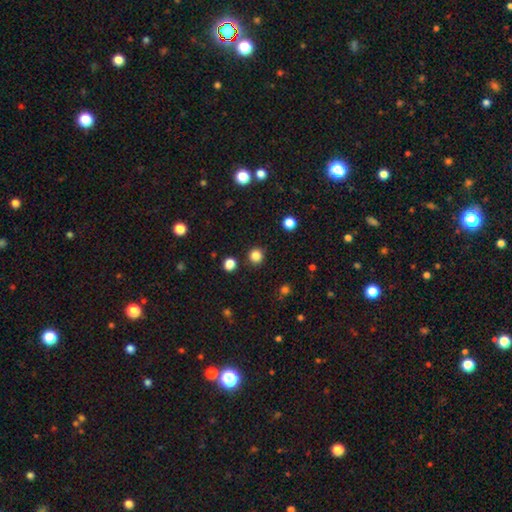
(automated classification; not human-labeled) Overall: smooth (83%). How rounded: round (93%). Merging: none (90%).